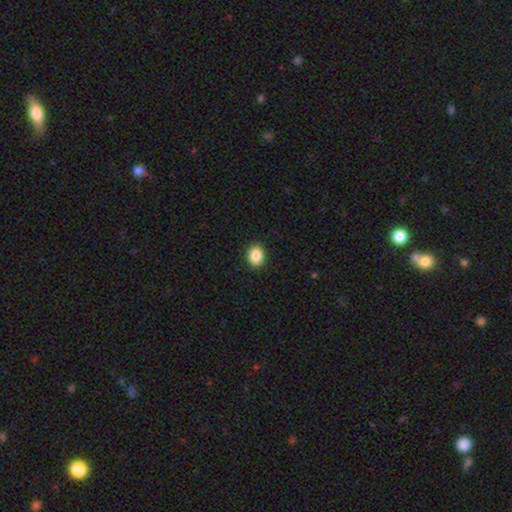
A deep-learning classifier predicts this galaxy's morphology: type=smooth (87%); roundness=in between (53%); merging=none (91%).